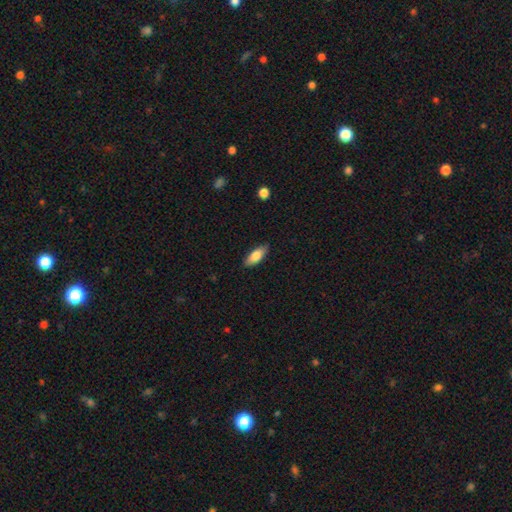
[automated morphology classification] type=smooth (79%); roundness=in between (75%); merging=none (86%).